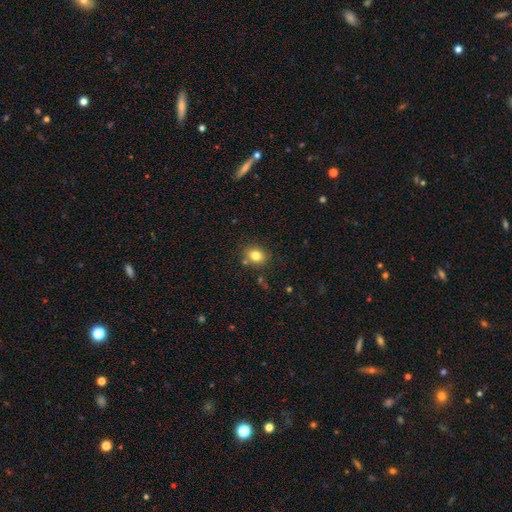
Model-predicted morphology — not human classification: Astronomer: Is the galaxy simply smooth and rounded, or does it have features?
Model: smooth — 80%.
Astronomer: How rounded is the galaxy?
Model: round — 54% (runner-up: in between, 45%).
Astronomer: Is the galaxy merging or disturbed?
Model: none — 80%.